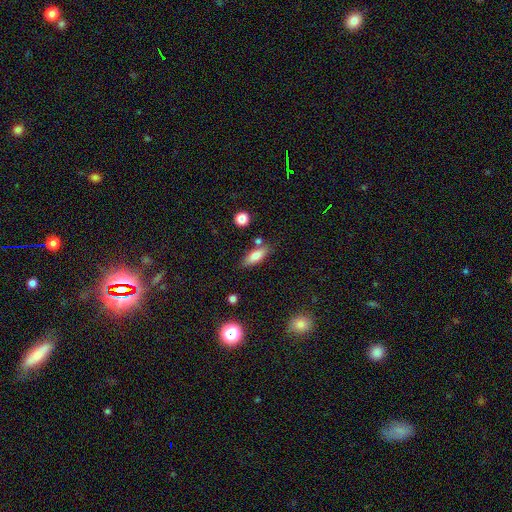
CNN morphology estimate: Smooth or featured? Predicted: smooth (p=0.75). How rounded? Predicted: in between (p=0.69). Merging? Predicted: none (p=0.76).